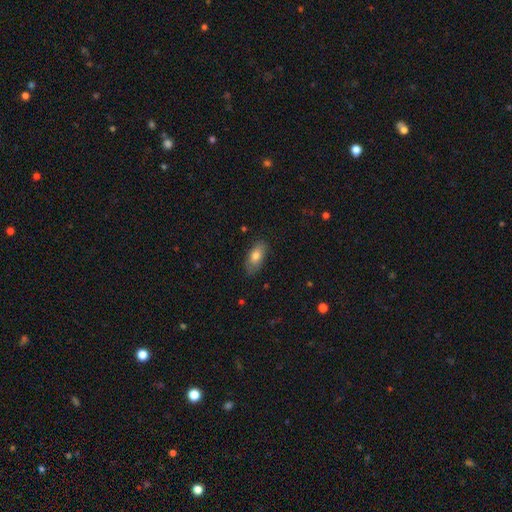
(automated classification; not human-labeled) smooth_or_featured: smooth (p=0.78) [alt: featured or disk p=0.15]
how_rounded: in between (p=0.88) [alt: cigar-shaped p=0.09]
merging: none (p=0.80) [alt: minor disturbance p=0.16]